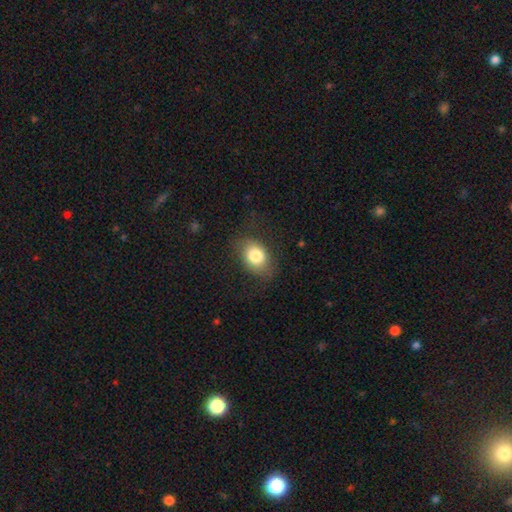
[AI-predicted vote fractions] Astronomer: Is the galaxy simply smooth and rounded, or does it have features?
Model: smooth — 80%.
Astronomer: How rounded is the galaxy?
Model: in between — 67%.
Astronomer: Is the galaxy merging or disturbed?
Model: none — 73%.